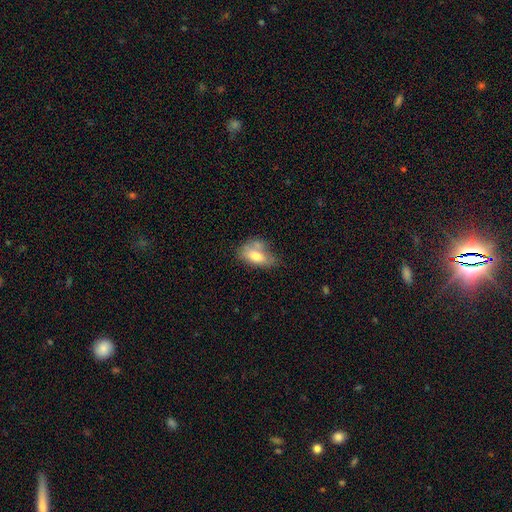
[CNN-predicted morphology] This appears to be a smooth galaxy with no disk features (72%) that is in between round and cigar-shaped (87%). Merging: none (38%).